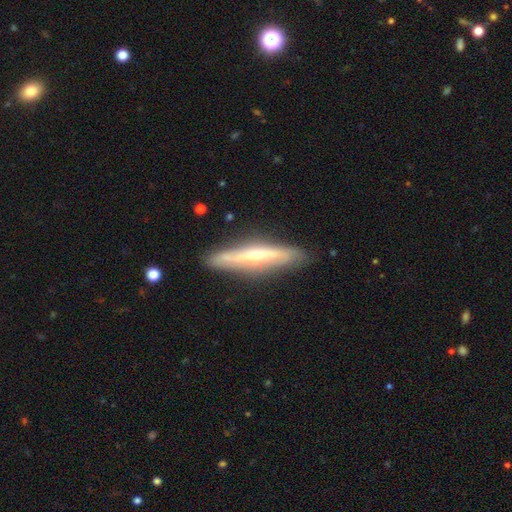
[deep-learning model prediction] A featured or disk galaxy (65%) viewed edge-on (87%) with a rounded central bulge (73%). Merging: none (84%).